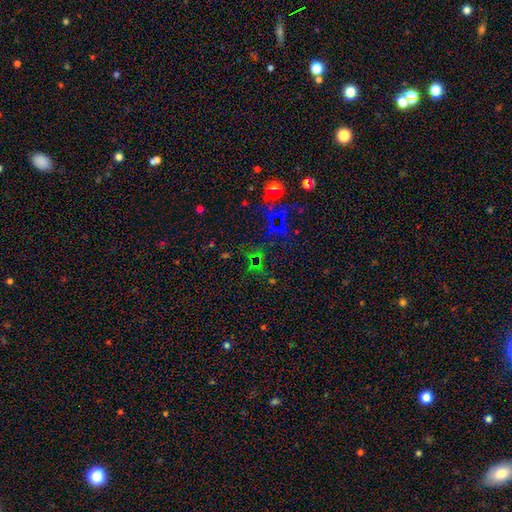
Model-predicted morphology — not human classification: A star or artifact, not a galaxy (68%).